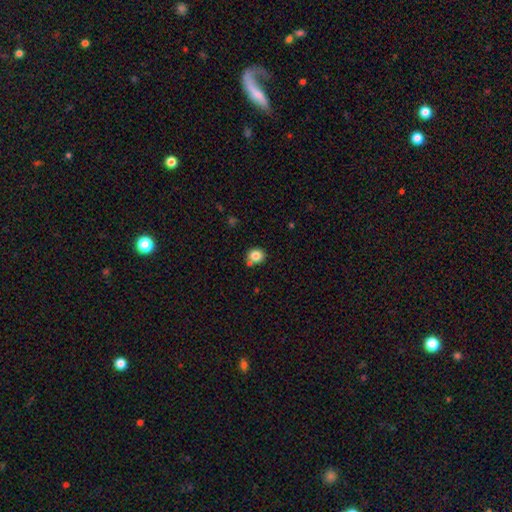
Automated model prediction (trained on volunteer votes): This is clearly a smooth galaxy (83%). How rounded: clearly round (81%). Merging: likely none (71%).